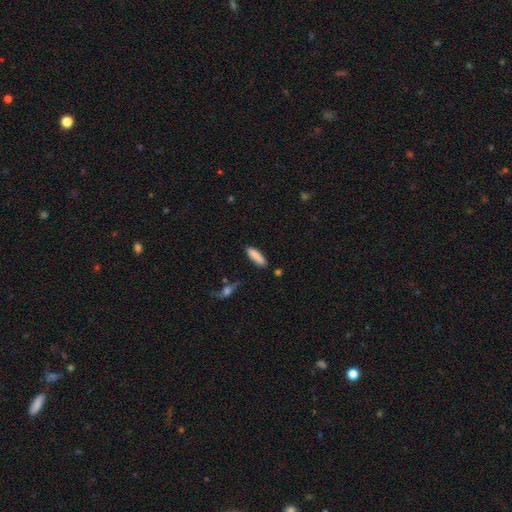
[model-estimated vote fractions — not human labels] Q: Smooth or featured?
A: smooth (87%); runner-up: featured or disk (7%)
Q: How rounded?
A: cigar-shaped (63%); runner-up: in between (35%)
Q: Merging?
A: none (83%); runner-up: minor disturbance (12%)